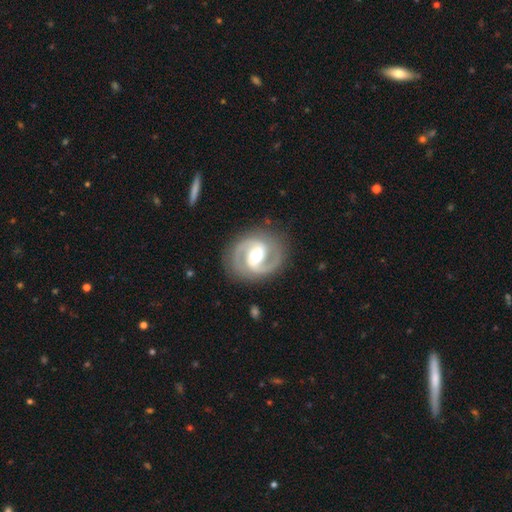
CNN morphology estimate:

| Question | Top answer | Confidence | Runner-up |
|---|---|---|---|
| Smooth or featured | featured or disk | 90% | smooth (6%) |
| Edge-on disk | no | 98% | yes (2%) |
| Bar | weak | 44% | strong (31%) |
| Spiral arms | yes | 97% | no (3%) |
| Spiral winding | medium | 56% | tight (32%) |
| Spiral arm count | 2 | 93% | can't tell (2%) |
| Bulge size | moderate | 71% | large (17%) |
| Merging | none | 85% | minor disturbance (10%) |